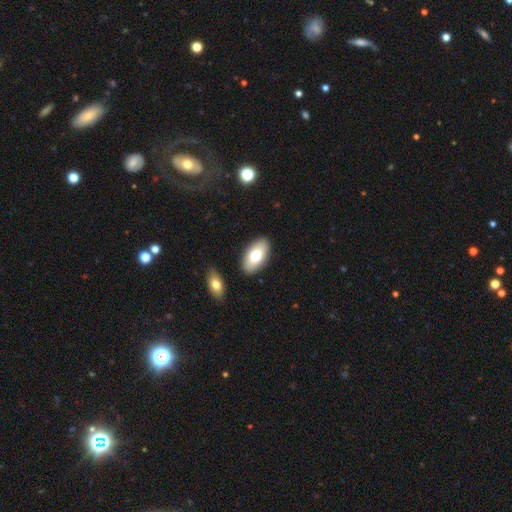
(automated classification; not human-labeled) This is likely a smooth galaxy (75%). How rounded: clearly in between (94%). Merging: clearly none (87%).